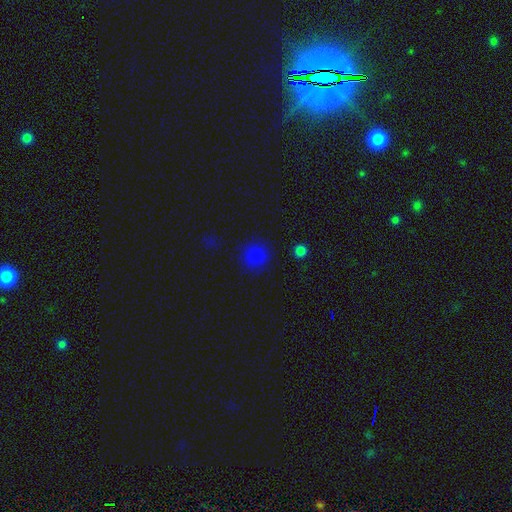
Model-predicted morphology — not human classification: Smooth or featured: smooth — 76% (star or artifact — 19%)
How rounded: round — 90% (in between — 9%)
Merging: none — 84% (minor disturbance — 10%)